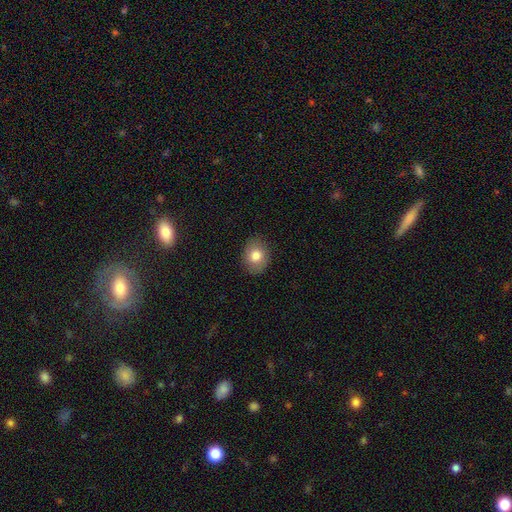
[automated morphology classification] smooth_or_featured: smooth (p=0.79) [alt: featured or disk p=0.12]
how_rounded: round (p=0.51) [alt: in between p=0.48]
merging: none (p=0.86) [alt: minor disturbance p=0.10]